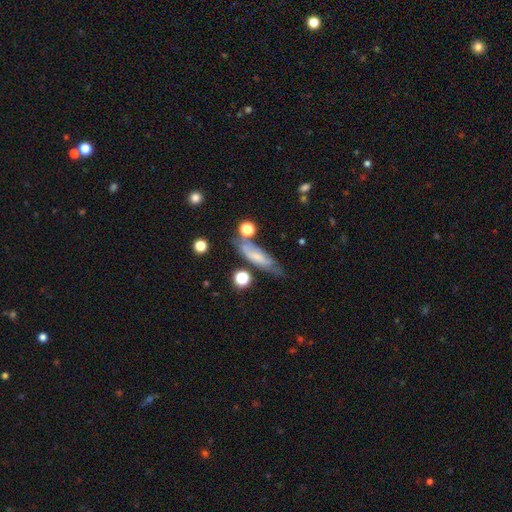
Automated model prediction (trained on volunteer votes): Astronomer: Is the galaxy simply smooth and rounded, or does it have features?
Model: smooth — 54% (runner-up: featured or disk, 36%).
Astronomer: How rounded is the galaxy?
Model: cigar-shaped — 57% (runner-up: in between, 39%).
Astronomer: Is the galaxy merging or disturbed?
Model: none — 55%.